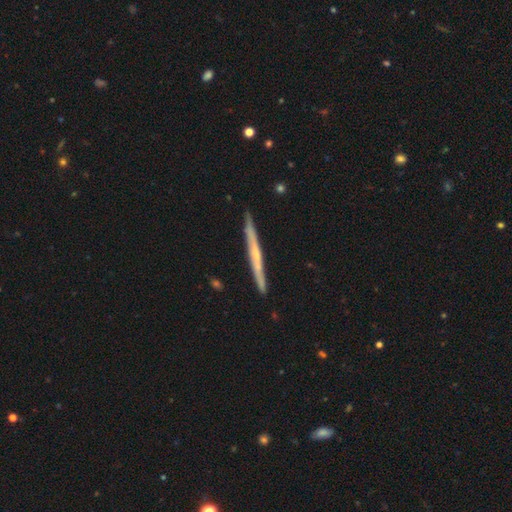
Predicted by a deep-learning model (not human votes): Smooth or featured?
  - featured or disk: 63% *
  - smooth: 31%
  - star or artifact: 5%
Edge-on disk?
  - yes: 97% *
  - no: 3%
Edge-on bulge?
  - none: 61% *
  - rounded: 33%
  - boxy: 6%
Merging?
  - none: 90% *
  - minor disturbance: 8%
  - major disturbance: 1%
  - merger: 1%